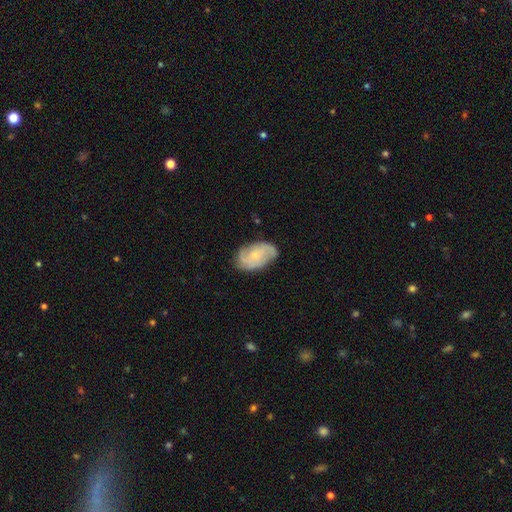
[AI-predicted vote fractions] Overall: featured or disk (67%; smooth 27%). Edge-on disk: no (96%). Bar: no (70%). Spiral arms: yes (91%). Spiral arm count: 2 (47%; can't tell 22%). Spiral winding: medium (44%; tight 37%). Bulge size: small (66%; moderate 26%). Merging: none (74%).